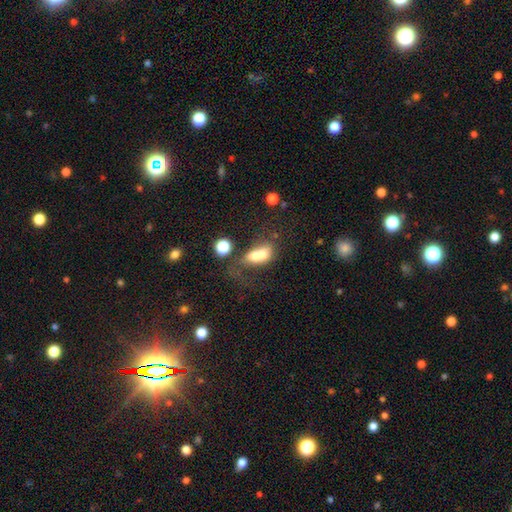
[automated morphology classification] Smooth or featured? Predicted: smooth (p=0.63). How rounded? Predicted: in between (p=0.73). Merging? Predicted: merger (p=0.55).